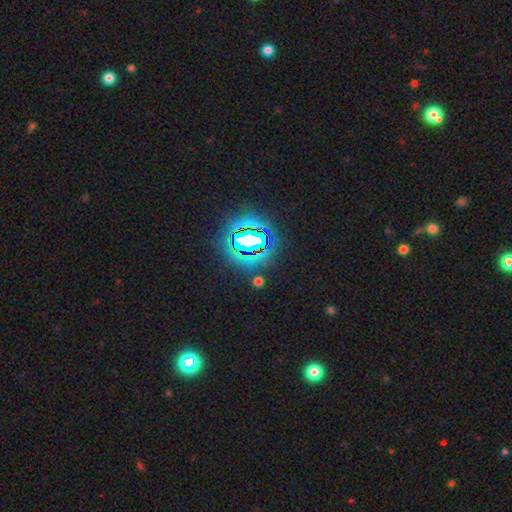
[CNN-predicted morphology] Smooth or featured?
  - star or artifact: 84% *
  - smooth: 10%
  - featured or disk: 7%